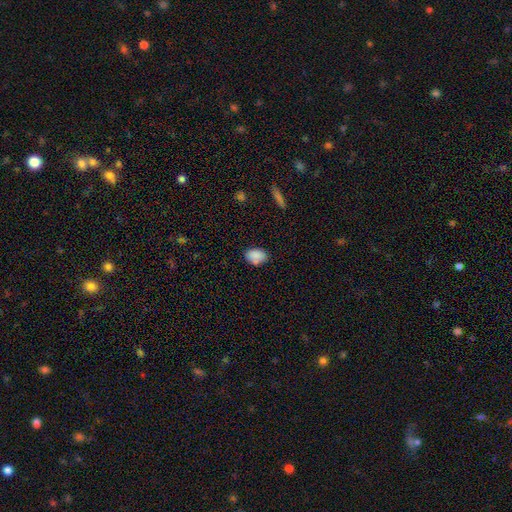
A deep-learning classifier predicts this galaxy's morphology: Smooth or featured? Predicted: smooth (p=0.86). How rounded? Predicted: in between (p=0.82). Merging? Predicted: none (p=0.72).